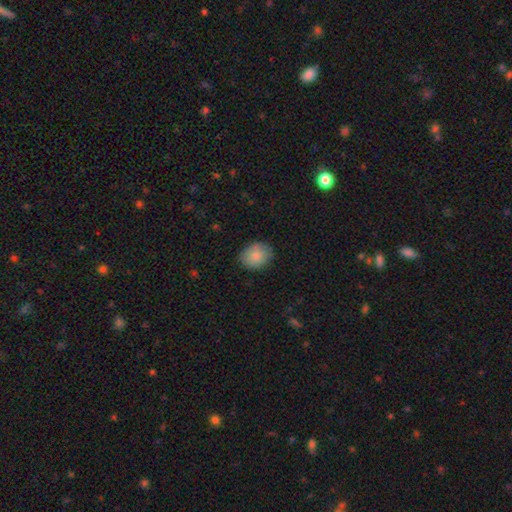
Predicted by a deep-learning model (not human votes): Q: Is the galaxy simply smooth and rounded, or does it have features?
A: smooth — 86%.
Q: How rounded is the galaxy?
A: in between — 56%.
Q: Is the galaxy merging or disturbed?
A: none — 84%.